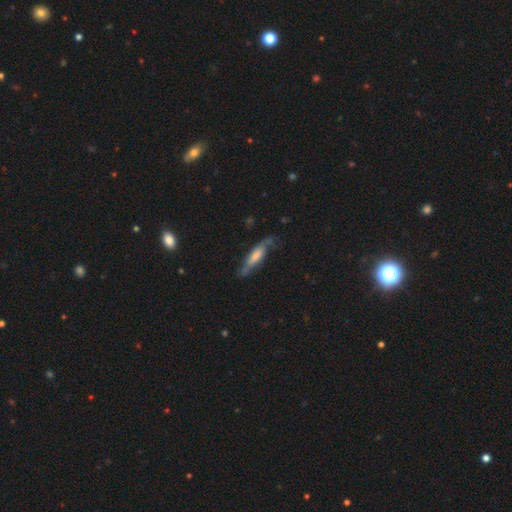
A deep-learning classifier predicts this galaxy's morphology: Q: Smooth or featured?
A: featured or disk (65%); runner-up: smooth (26%)
Q: Edge-on disk?
A: yes (61%); runner-up: no (39%)
Q: Merging?
A: none (69%); runner-up: minor disturbance (21%)